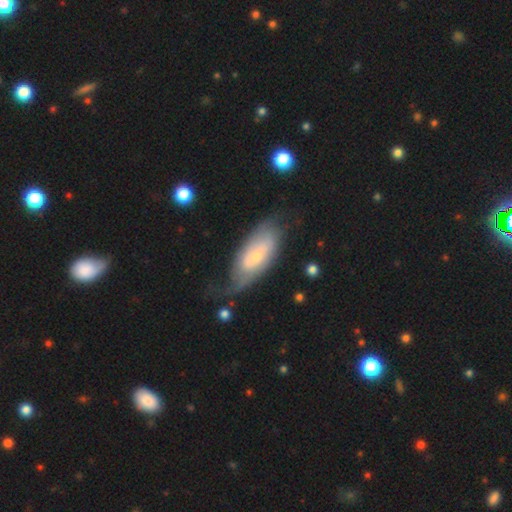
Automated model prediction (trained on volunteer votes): Smooth or featured? Predicted: featured or disk (p=0.58). Edge-on disk? Predicted: no (p=0.88). Bar? Predicted: no (p=0.63). Spiral arms? Predicted: yes (p=0.71). Bulge size? Predicted: small (p=0.59). Merging? Predicted: none (p=0.46).